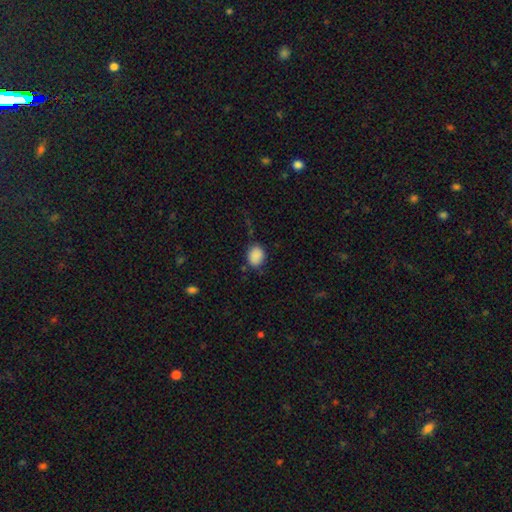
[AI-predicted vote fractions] Q: Smooth or featured?
A: smooth (88%); runner-up: star or artifact (8%)
Q: How rounded?
A: in between (55%); runner-up: round (44%)
Q: Merging?
A: none (74%); runner-up: minor disturbance (19%)